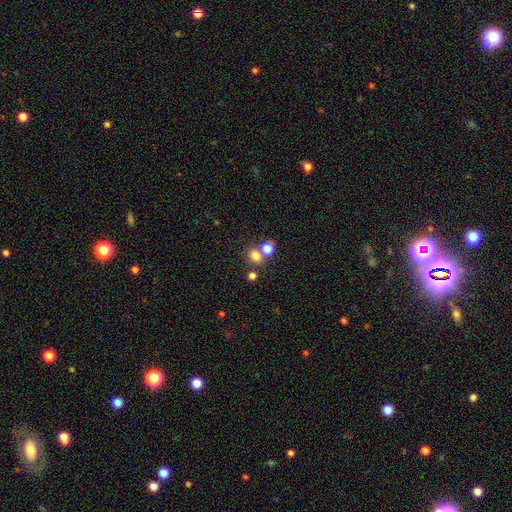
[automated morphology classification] This is likely a smooth galaxy (76%). How rounded: likely round (65%). Merging: possibly none (48%).